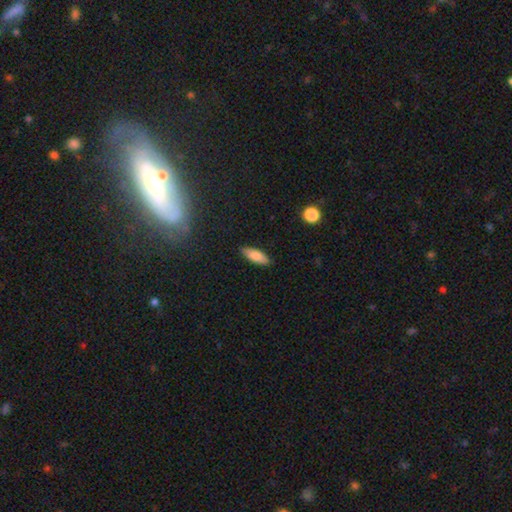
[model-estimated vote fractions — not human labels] Smooth or featured?
  - smooth: 83% *
  - featured or disk: 10%
  - star or artifact: 7%
How rounded?
  - in between: 70% *
  - cigar-shaped: 28%
  - round: 2%
Merging?
  - none: 87% *
  - minor disturbance: 10%
  - major disturbance: 2%
  - merger: 1%